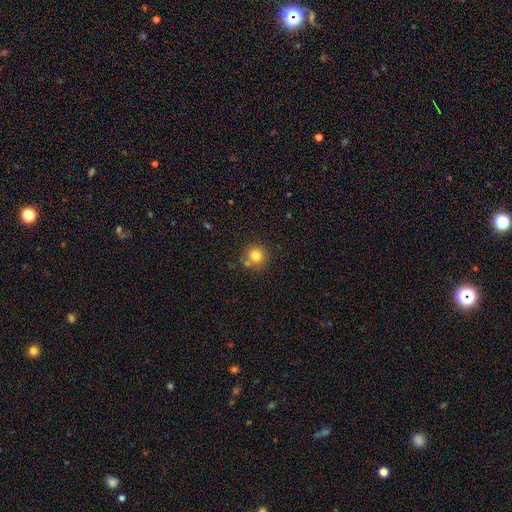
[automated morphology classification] This is clearly a smooth galaxy (80%). How rounded: clearly round (93%). Merging: likely none (75%).